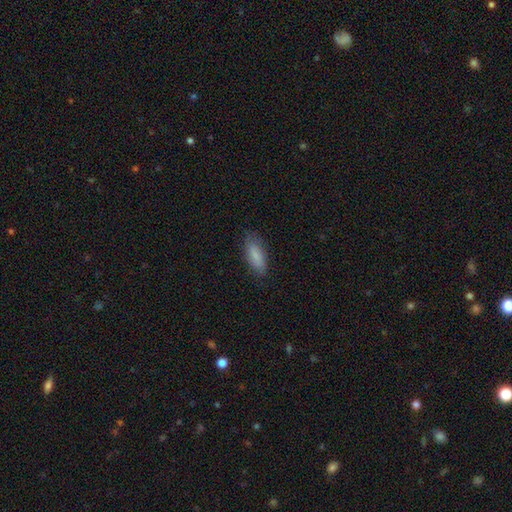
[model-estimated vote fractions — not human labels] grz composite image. It shows a smooth galaxy with no disk features (81%) that is in between round and cigar-shaped (74%). Merging: none (78%).